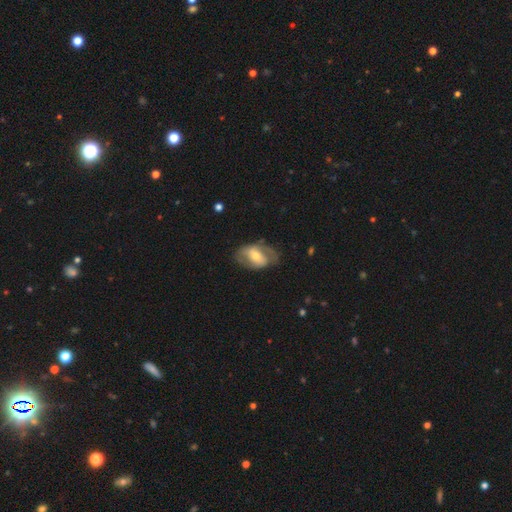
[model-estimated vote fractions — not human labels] This appears to be a featured or disk galaxy (61%) with a weak bar (37%), spiral arms (61%) and a moderate central bulge (56%). Merging: none (61%).